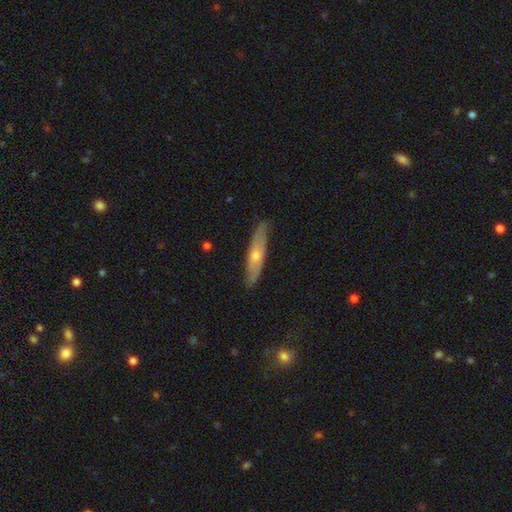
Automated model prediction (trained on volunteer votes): Q: Smooth or featured?
A: featured or disk (53%); runner-up: smooth (42%)
Q: Edge-on disk?
A: yes (66%); runner-up: no (34%)
Q: Merging?
A: none (84%); runner-up: minor disturbance (13%)